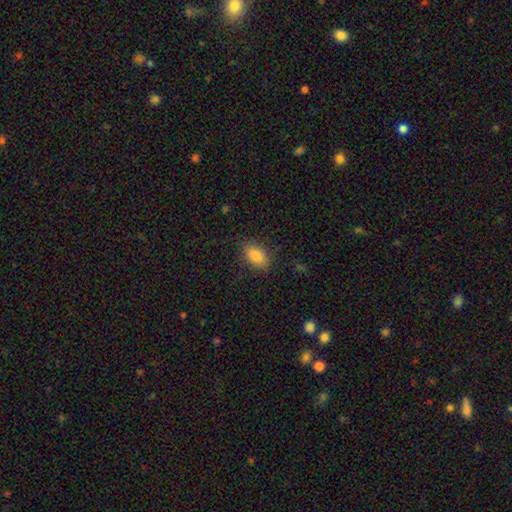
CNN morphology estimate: Overall: smooth (86%). How rounded: in between (90%). Merging: none (85%).